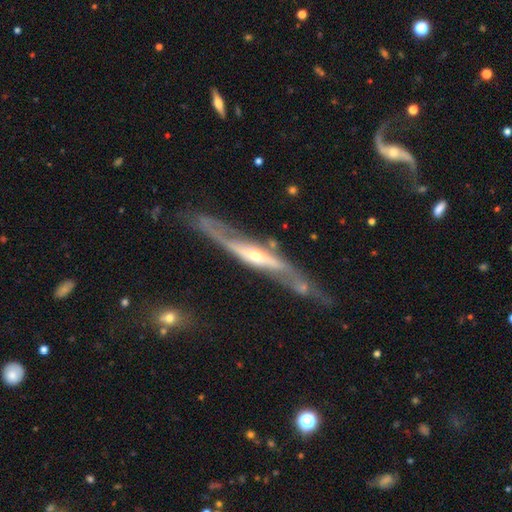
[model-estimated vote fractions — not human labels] Smooth or featured? featured or disk (85%)
Edge-on disk? yes (56%)
Merging? none (66%)